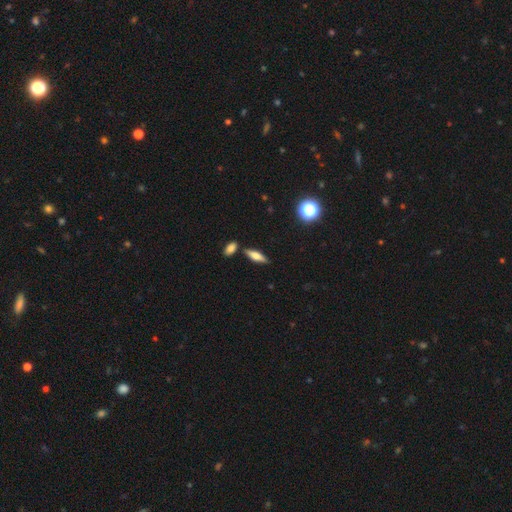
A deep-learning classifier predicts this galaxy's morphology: The model was most divided on "how rounded": cigar-shaped: 51%, in between: 45%, round: 4%. More confident: merging — none (80%); smooth or featured — smooth (52%).